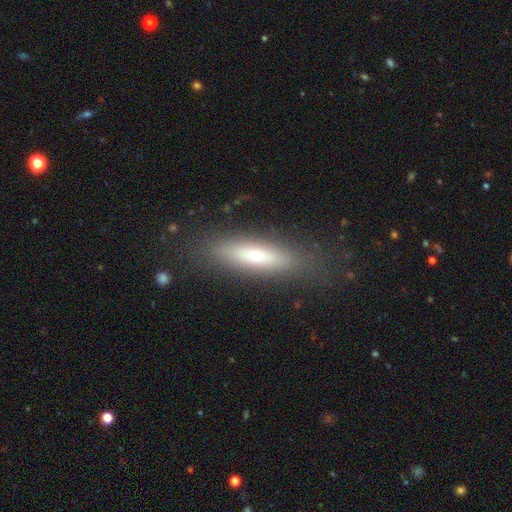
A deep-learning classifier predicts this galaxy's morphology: smooth-or-featured: smooth: 52% | featured or disk: 39% | star or artifact: 9%
  how-rounded: cigar-shaped: 68% | in between: 29% | round: 3%
  merging: none: 83% | minor disturbance: 11% | major disturbance: 5% | merger: 1%